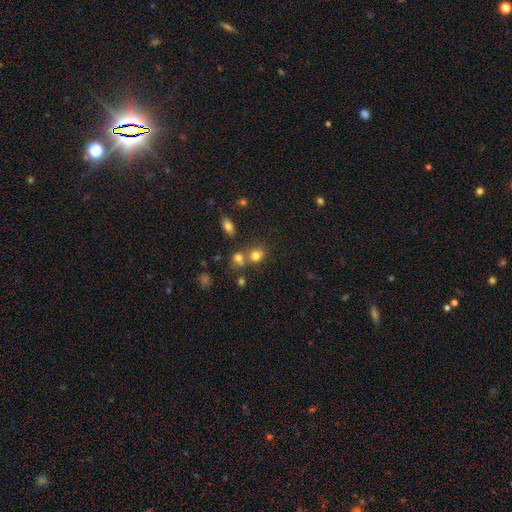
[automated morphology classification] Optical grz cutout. It shows a smooth galaxy with no disk features (76%) that is round (72%). Merging: none (54%).